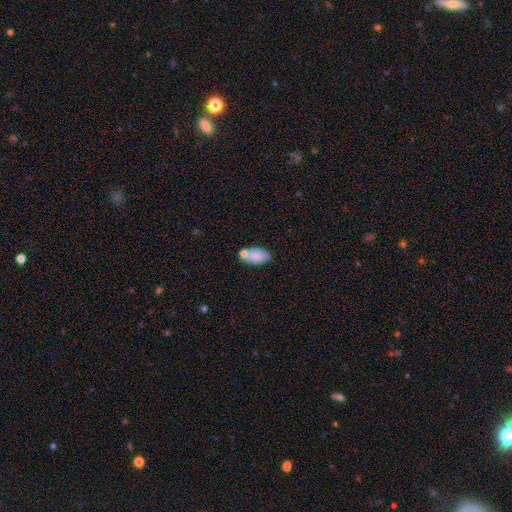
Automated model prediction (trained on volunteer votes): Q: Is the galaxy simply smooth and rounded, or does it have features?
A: smooth — 82%.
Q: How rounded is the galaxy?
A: in between — 93%.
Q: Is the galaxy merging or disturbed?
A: none — 56%.